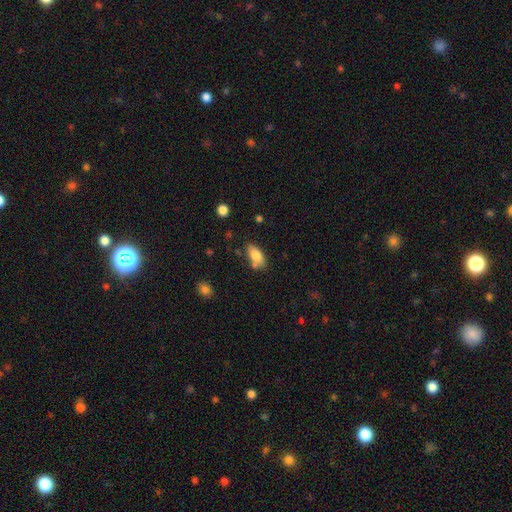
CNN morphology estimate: This appears to be a smooth galaxy with no disk features (81%) that is in between round and cigar-shaped (88%). Merging: none (66%).